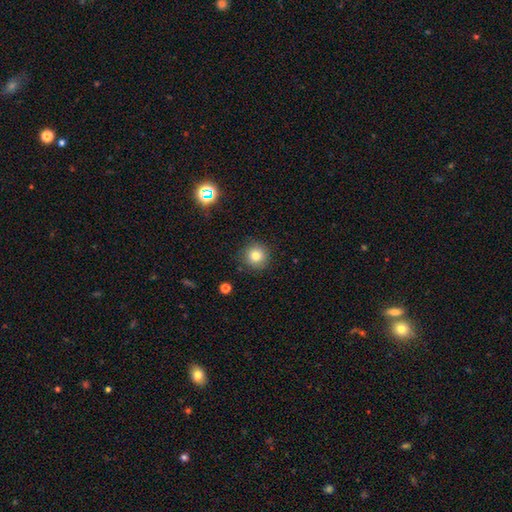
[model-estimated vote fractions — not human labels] A smooth galaxy with no disk features (79%) that is round (94%). Merging: none (89%).